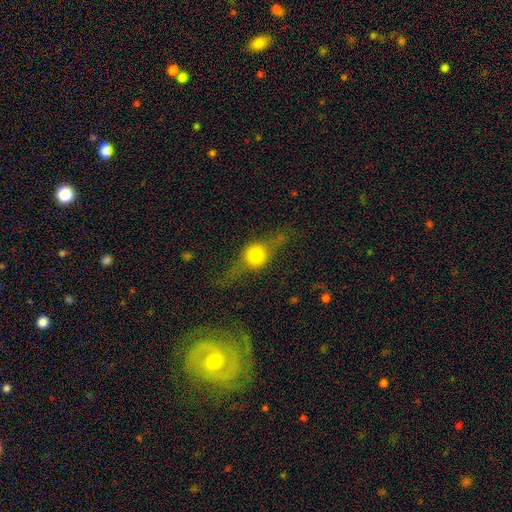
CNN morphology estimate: A featured or disk galaxy (49%).

Vote fractions:
- Smooth or featured? featured or disk: 49% / smooth: 40% / star or artifact: 11%
- Merging? none: 62% / minor disturbance: 19% / major disturbance: 16% / merger: 3%